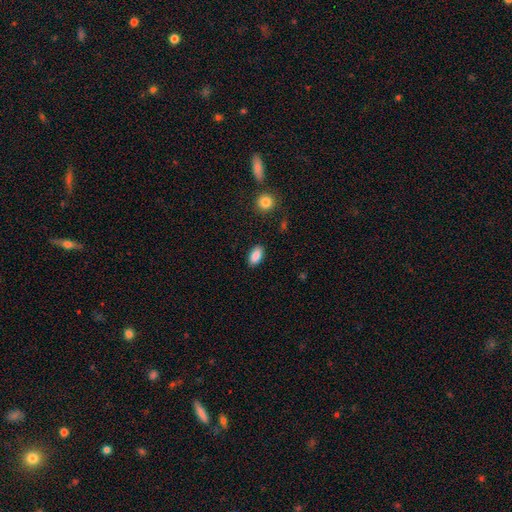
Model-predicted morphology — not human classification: A smooth galaxy with no disk features (88%) that is in between round and cigar-shaped (92%). Merging: none (88%).